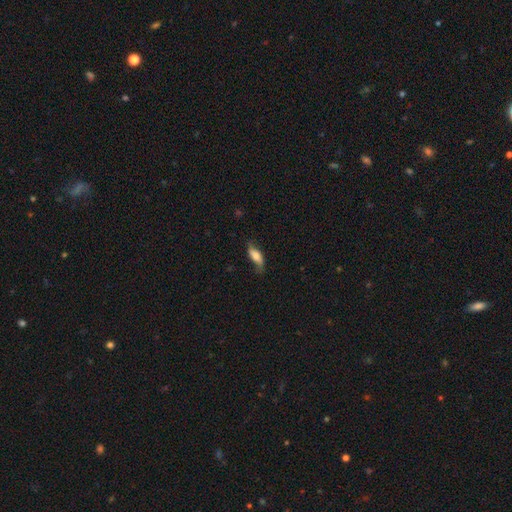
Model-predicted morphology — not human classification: Q: Smooth or featured?
A: smooth (57%); runner-up: featured or disk (36%)
Q: How rounded?
A: in between (66%); runner-up: cigar-shaped (31%)
Q: Merging?
A: none (63%); runner-up: minor disturbance (26%)